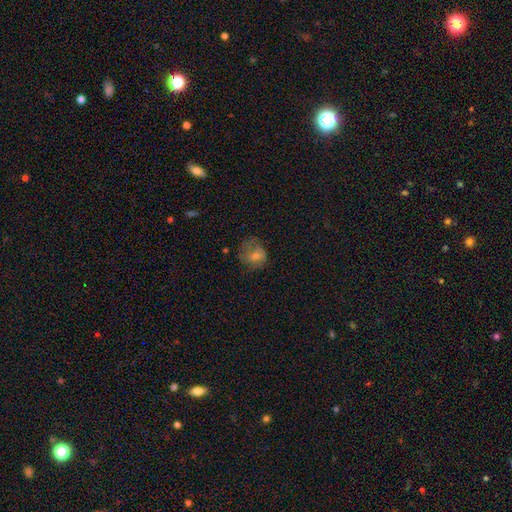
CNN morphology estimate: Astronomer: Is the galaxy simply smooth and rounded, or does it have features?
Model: featured or disk — 44% (runner-up: smooth, 42%).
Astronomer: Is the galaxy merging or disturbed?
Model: none — 59%.